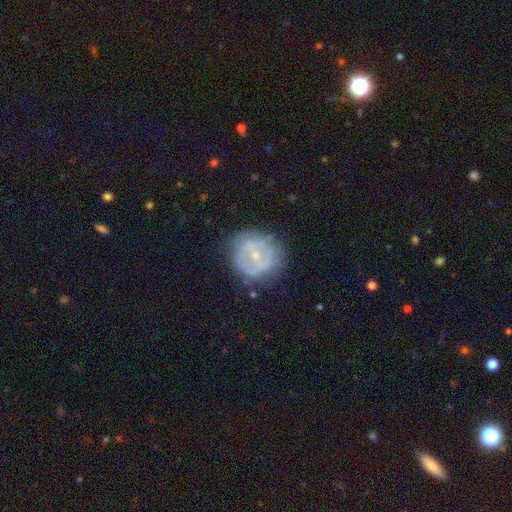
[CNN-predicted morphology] Smooth or featured? featured or disk (63%)
Edge-on disk? no (97%)
Bar? no (46%)
Spiral arms? no (55%)
Bulge size? small (65%)
Merging? none (71%)